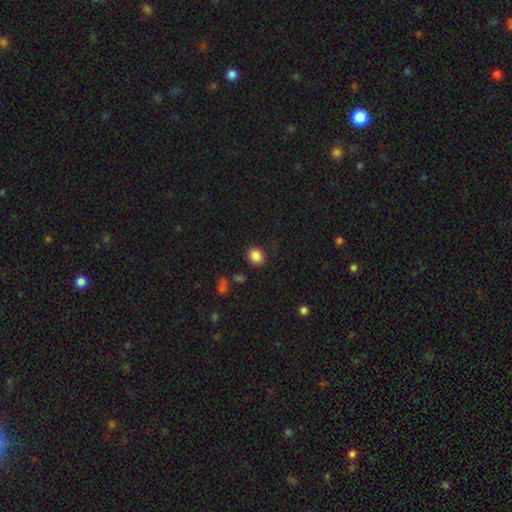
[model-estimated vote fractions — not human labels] Smooth or featured? smooth (86%)
How rounded? round (66%)
Merging? none (83%)